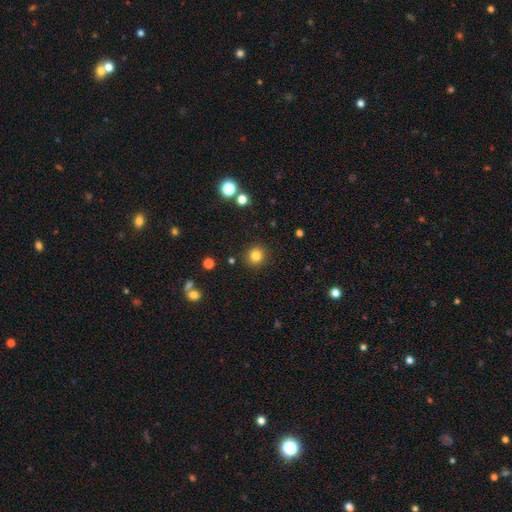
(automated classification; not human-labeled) Smooth or featured: smooth — 82% (star or artifact — 12%)
How rounded: round — 91% (in between — 8%)
Merging: none — 90% (minor disturbance — 6%)